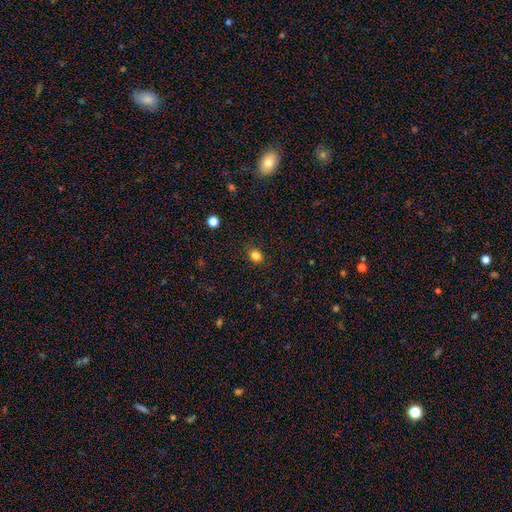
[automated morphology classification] This is clearly a smooth galaxy (83%). How rounded: likely round (67%). Merging: clearly none (85%).